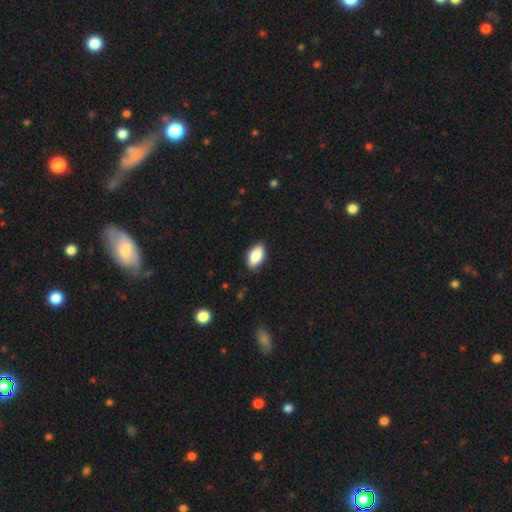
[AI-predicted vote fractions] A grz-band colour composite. It shows a smooth galaxy with no disk features (84%) that is in between round and cigar-shaped (92%). Merging: none (87%).